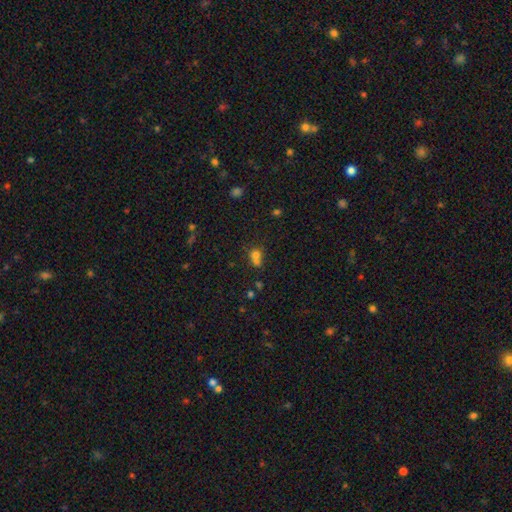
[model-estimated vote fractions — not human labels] A smooth galaxy with no disk features (67%) that is round (73%). Merging: merger (56%).